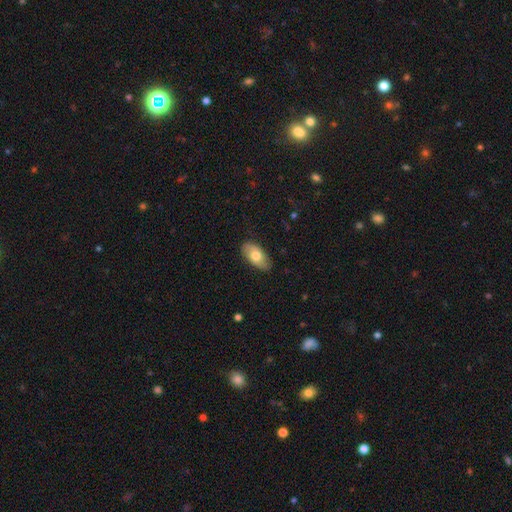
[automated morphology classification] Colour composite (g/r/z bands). It shows a smooth galaxy with no disk features (68%) that is in between round and cigar-shaped (93%). Merging: none (84%).